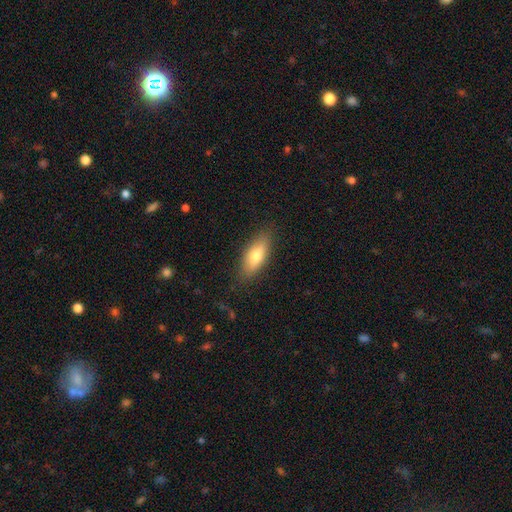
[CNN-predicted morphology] A smooth galaxy with no disk features (70%) that is in between round and cigar-shaped (68%).

Vote fractions:
- Smooth or featured? smooth: 70% / featured or disk: 23% / star or artifact: 7%
- How rounded? in between: 68% / cigar-shaped: 29% / round: 3%
- Merging? none: 84% / minor disturbance: 12% / major disturbance: 3% / merger: 1%